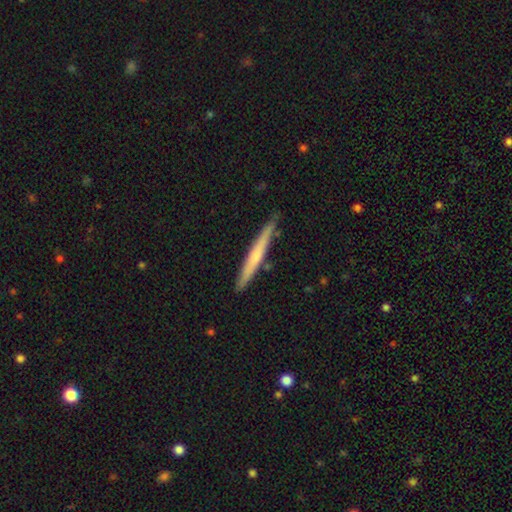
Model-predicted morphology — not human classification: The model was most divided on "smooth or featured": smooth: 50%, featured or disk: 45%, star or artifact: 5%. More confident: merging — none (85%).